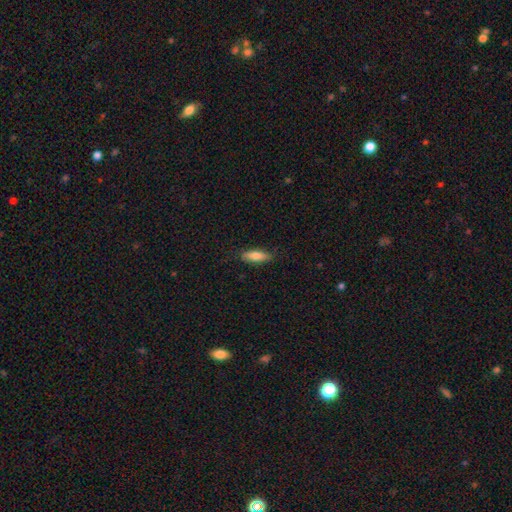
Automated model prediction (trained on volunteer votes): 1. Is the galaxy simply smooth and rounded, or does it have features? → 76% smooth, 18% featured or disk, 6% star or artifact.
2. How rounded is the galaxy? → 55% in between, 43% cigar-shaped, 2% round.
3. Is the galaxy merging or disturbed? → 83% none, 13% minor disturbance, 3% major disturbance, 1% merger.